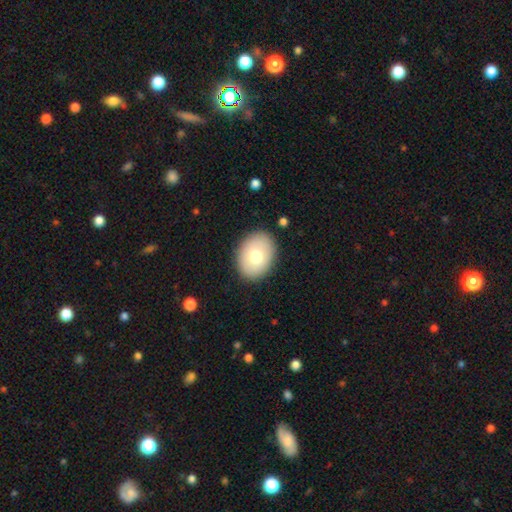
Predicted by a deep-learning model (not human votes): The model was most divided on "how rounded": in between: 70%, round: 29%, cigar-shaped: 1%. More confident: merging — none (88%); smooth or featured — smooth (72%).